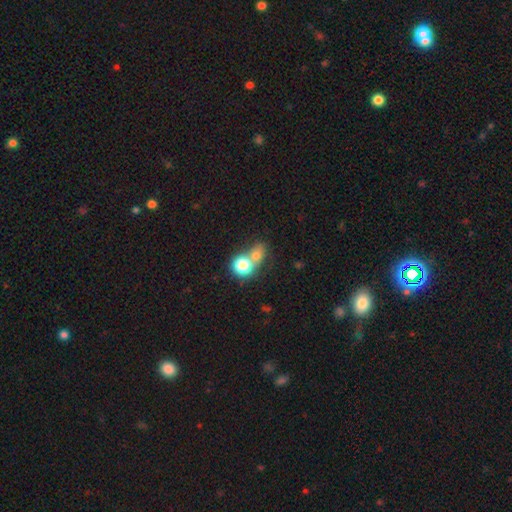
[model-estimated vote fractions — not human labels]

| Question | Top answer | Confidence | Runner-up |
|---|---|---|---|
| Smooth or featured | smooth | 67% | star or artifact (20%) |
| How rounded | round | 66% | in between (33%) |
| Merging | merger | 49% | none (37%) |